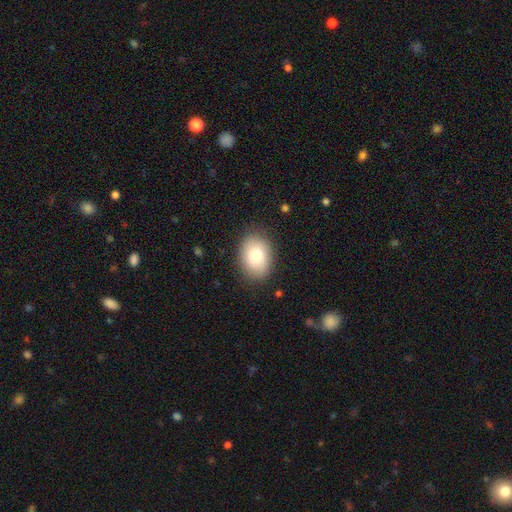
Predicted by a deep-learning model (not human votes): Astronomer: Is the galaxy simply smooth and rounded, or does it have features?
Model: smooth — 80%.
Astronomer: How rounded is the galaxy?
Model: in between — 73%.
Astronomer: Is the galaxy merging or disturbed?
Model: none — 85%.